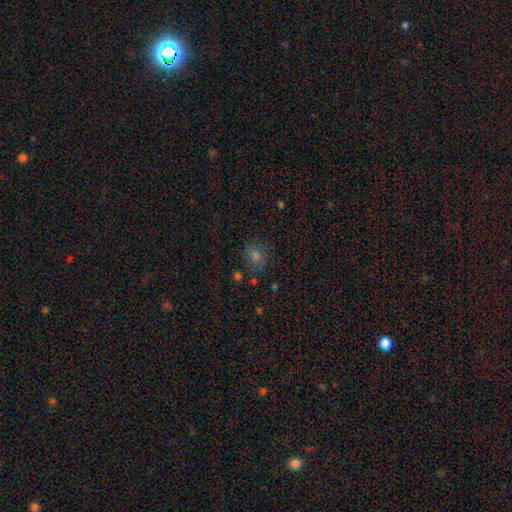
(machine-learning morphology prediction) A smooth galaxy with no disk features (52%) that is round (69%). Merging: none (75%).